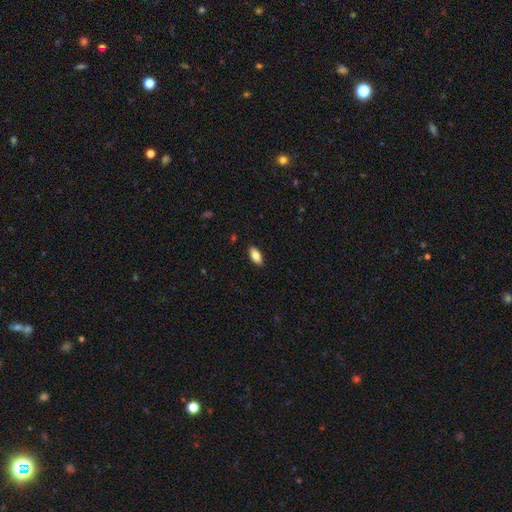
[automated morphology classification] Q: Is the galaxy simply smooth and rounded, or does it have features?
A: smooth — 83%.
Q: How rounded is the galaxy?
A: in between — 89%.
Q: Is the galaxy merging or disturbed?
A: none — 89%.